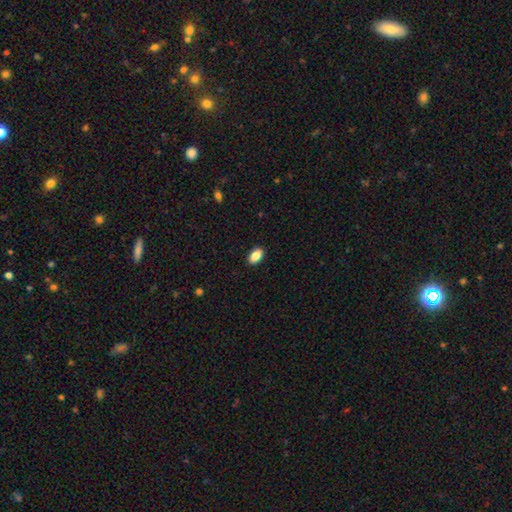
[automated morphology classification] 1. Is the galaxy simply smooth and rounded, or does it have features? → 87% smooth, 7% star or artifact, 6% featured or disk.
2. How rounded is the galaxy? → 92% in between, 6% round, 2% cigar-shaped.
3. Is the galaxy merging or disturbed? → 90% none, 7% minor disturbance, 2% major disturbance, 1% merger.